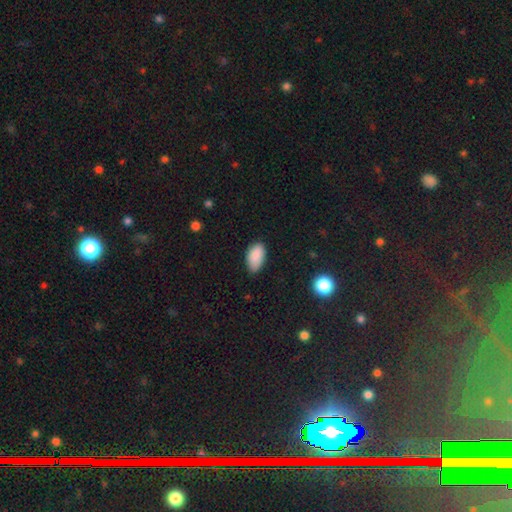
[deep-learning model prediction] Morphology: type=smooth (88%); roundness=in between (94%); merging=none (71%).